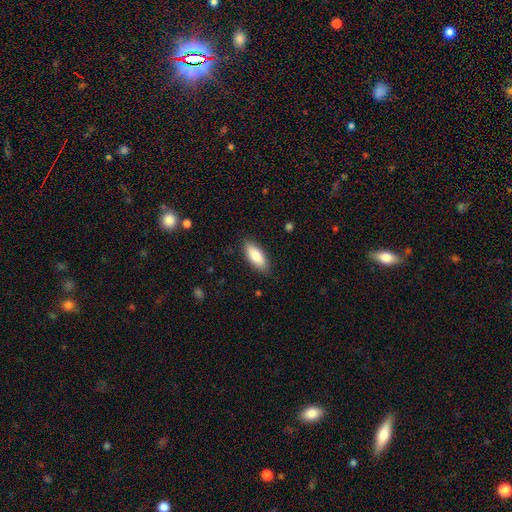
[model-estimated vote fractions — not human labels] Smooth or featured? smooth (83%)
How rounded? in between (76%)
Merging? none (86%)